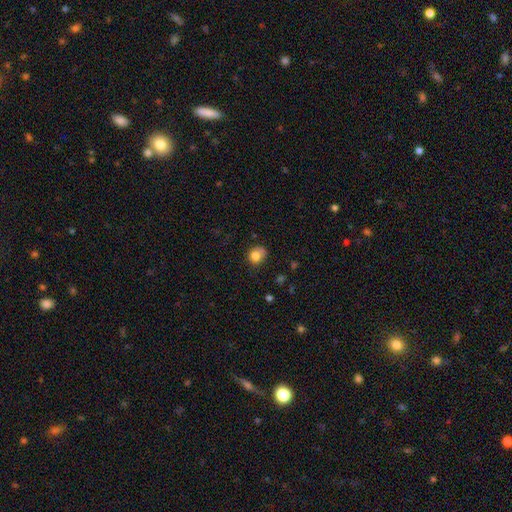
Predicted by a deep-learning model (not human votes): Smooth or featured?
  - smooth: 79% *
  - featured or disk: 11%
  - star or artifact: 10%
How rounded?
  - round: 68% *
  - in between: 32%
  - cigar-shaped: 1%
Merging?
  - none: 53% *
  - minor disturbance: 29%
  - major disturbance: 13%
  - merger: 6%